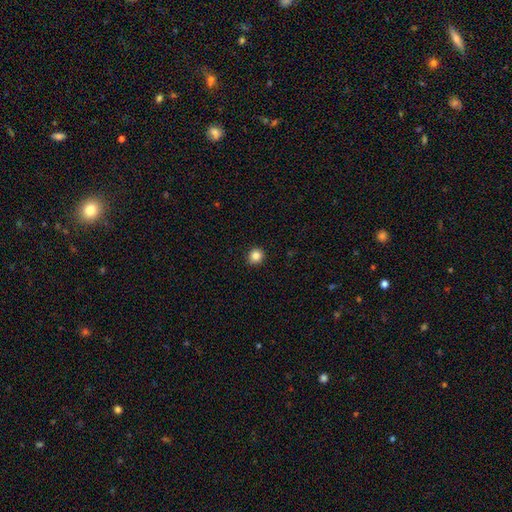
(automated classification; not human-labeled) This appears to be a smooth galaxy with no disk features (85%) that is round (87%). Merging: none (91%).